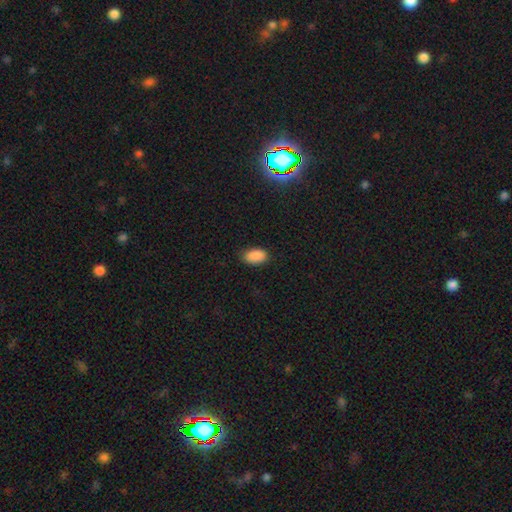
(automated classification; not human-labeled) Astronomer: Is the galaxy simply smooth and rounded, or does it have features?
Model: smooth — 89%.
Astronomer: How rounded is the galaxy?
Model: in between — 92%.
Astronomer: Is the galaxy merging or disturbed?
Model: none — 84%.